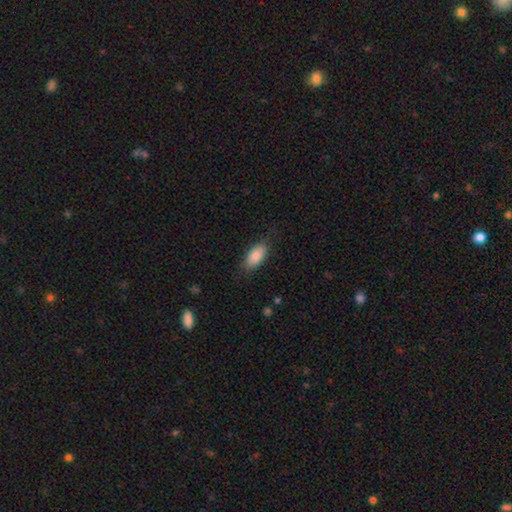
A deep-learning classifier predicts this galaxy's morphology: Smooth or featured? smooth (88%)
How rounded? in between (90%)
Merging? none (80%)